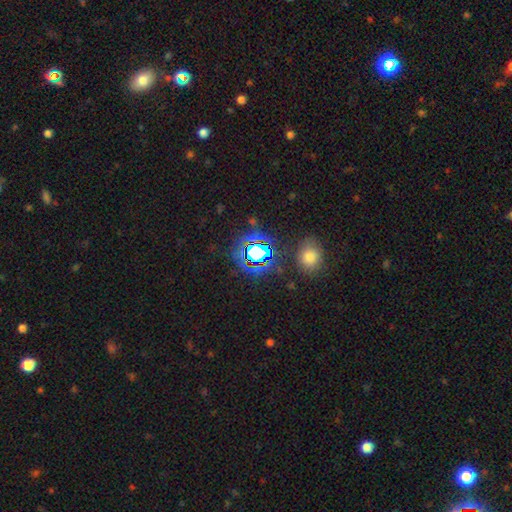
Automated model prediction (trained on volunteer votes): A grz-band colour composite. It shows a star or artifact, not a galaxy (70%).